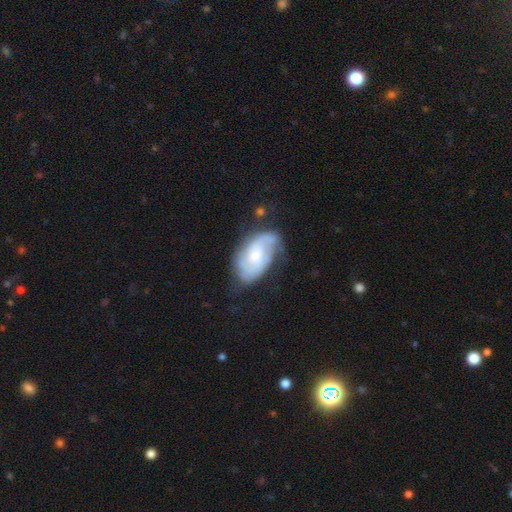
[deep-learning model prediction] Overall: featured or disk (71%). Edge-on disk: no (96%). Bar: no (64%; weak 32%). Spiral arms: yes (89%). Spiral arm count: 2 (44%; can't tell 34%). Spiral winding: tight (45%; medium 38%). Bulge size: small (52%; moderate 38%). Merging: none (56%; minor disturbance 27%).